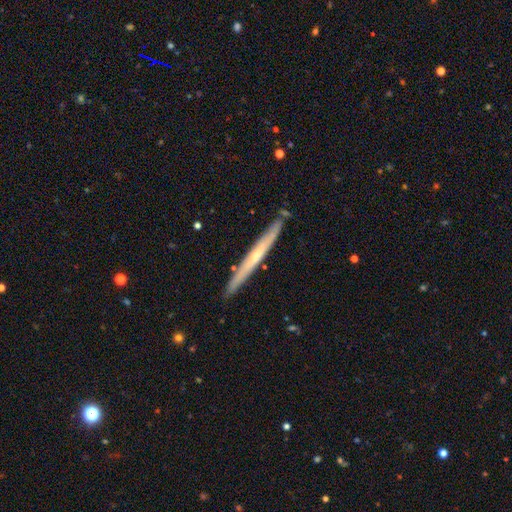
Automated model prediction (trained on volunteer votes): This appears to be a featured or disk galaxy (59%) viewed edge-on (96%) with no central bulge (58%). Merging: none (88%).